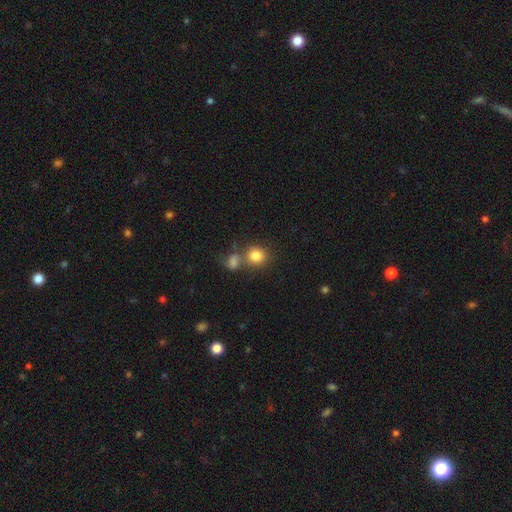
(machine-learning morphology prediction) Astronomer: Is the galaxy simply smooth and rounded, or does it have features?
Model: smooth — 82%.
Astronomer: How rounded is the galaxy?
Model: round — 79%.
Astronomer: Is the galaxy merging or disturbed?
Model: none — 50% (runner-up: merger, 36%).